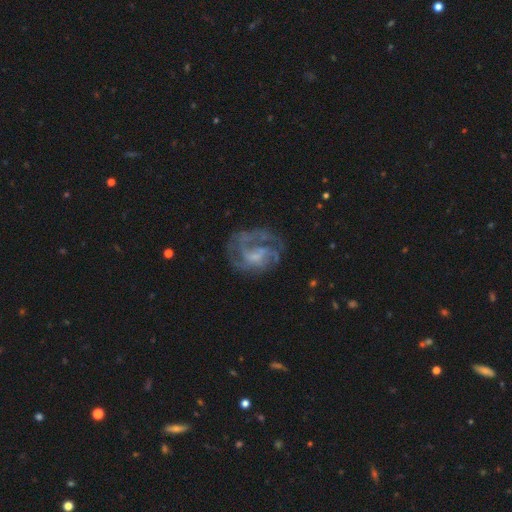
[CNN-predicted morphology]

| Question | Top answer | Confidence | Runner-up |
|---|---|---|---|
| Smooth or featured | featured or disk | 77% | smooth (15%) |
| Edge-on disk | no | 98% | yes (2%) |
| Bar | no | 46% | weak (43%) |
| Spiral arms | yes | 84% | no (16%) |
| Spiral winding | medium | 42% | tight (37%) |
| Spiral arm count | can't tell | 32% | 2 (26%) |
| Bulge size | none | 41% | small (33%) |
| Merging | none | 55% | major disturbance (24%) |